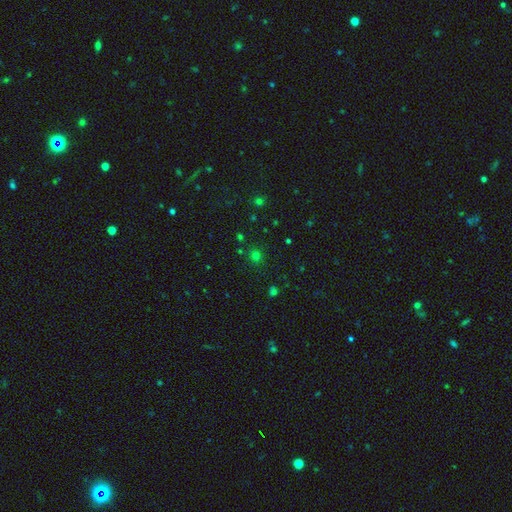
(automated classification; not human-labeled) A smooth galaxy with no disk features (66%) that is round (87%). Merging: none (85%).